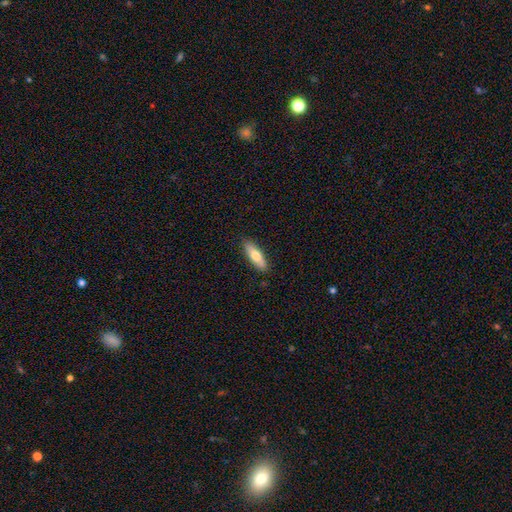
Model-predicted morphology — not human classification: Overall: smooth (70%). How rounded: cigar-shaped (52%; in between 46%). Merging: none (88%).